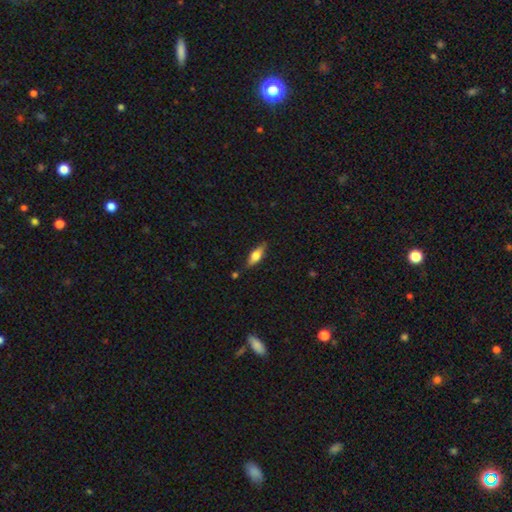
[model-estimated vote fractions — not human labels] This appears to be a smooth galaxy with no disk features (61%) that is in between round and cigar-shaped (64%). Merging: none (79%).